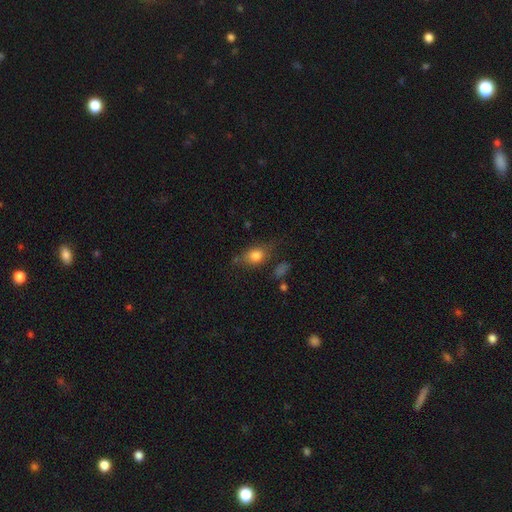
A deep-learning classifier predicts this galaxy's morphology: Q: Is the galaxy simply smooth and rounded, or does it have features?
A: smooth — 76%.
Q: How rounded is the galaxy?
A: in between — 71%.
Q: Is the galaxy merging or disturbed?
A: none — 59%.